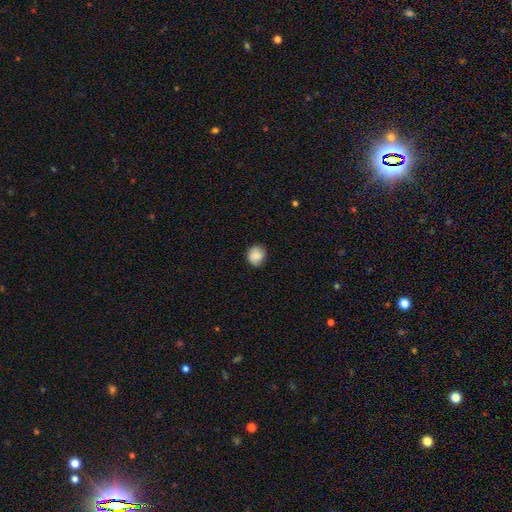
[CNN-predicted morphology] The model was most divided on "how rounded": round: 80%, in between: 19%, cigar-shaped: 1%. More confident: smooth or featured — smooth (85%); merging — none (82%).